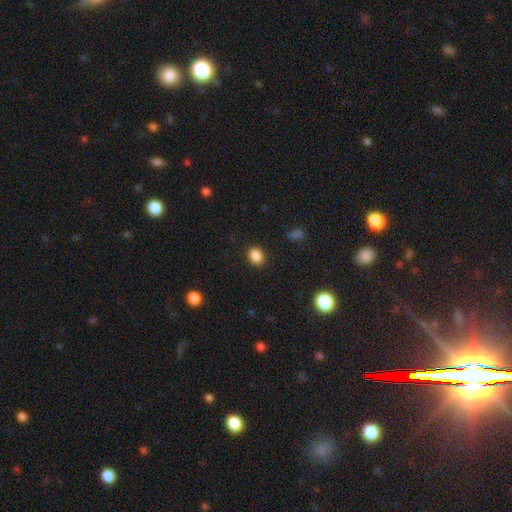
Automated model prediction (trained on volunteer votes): A smooth galaxy with no disk features (87%) that is in between round and cigar-shaped (60%).

Vote fractions:
- Smooth or featured? smooth: 87% / star or artifact: 10% / featured or disk: 3%
- How rounded? in between: 60% / round: 39% / cigar-shaped: 1%
- Merging? none: 88% / minor disturbance: 8% / major disturbance: 2% / merger: 1%